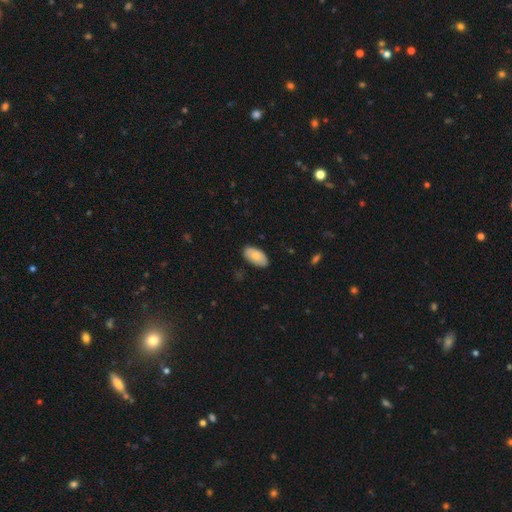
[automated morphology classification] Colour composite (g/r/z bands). It shows a smooth galaxy with no disk features (77%) that is in between round and cigar-shaped (95%). Merging: none (84%).